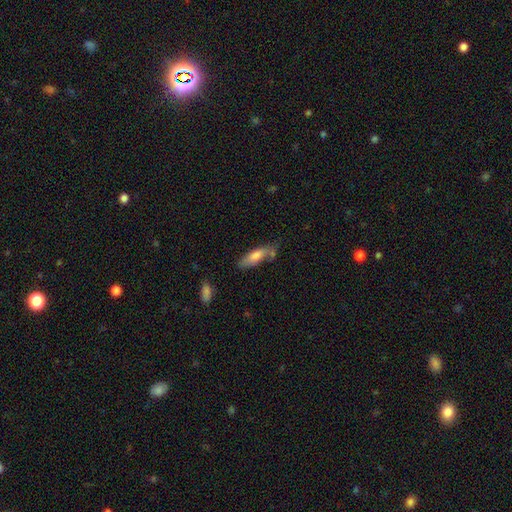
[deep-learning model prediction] A smooth galaxy with no disk features (73%) that is cigar-shaped (49%, tied with in between).

Vote fractions:
- Smooth or featured? smooth: 73% / featured or disk: 20% / star or artifact: 6%
- How rounded? cigar-shaped: 49% (tied) / in between: 49% (tied) / round: 2%
- Merging? none: 59% / minor disturbance: 23% / merger: 12% / major disturbance: 6%